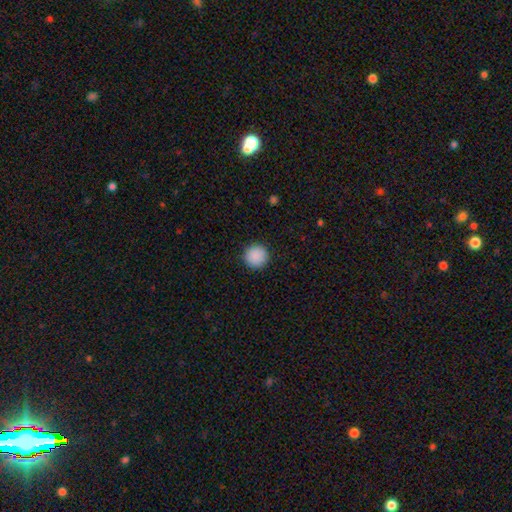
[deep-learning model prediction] This is clearly a smooth galaxy (89%). How rounded: clearly round (96%). Merging: clearly none (92%).